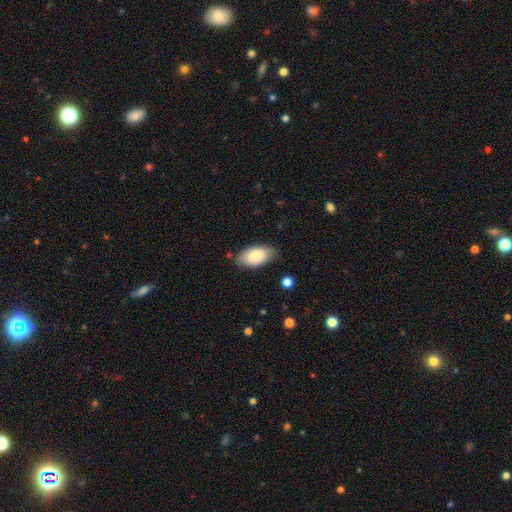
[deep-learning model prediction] Smooth or featured? smooth (83%)
How rounded? in between (94%)
Merging? none (80%)